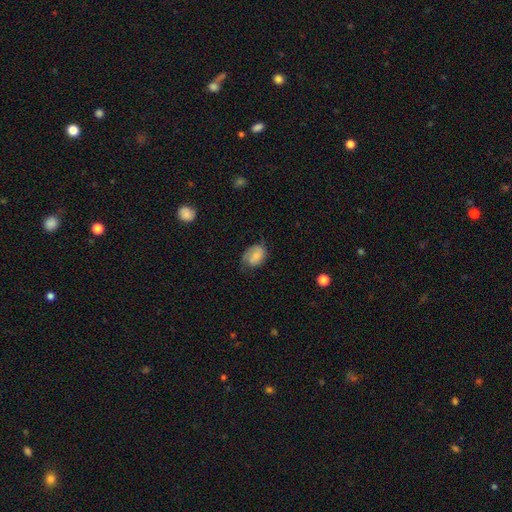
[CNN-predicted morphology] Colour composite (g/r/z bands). It shows a smooth galaxy with no disk features (54%) that is in between round and cigar-shaped (71%). Merging: none (51%).